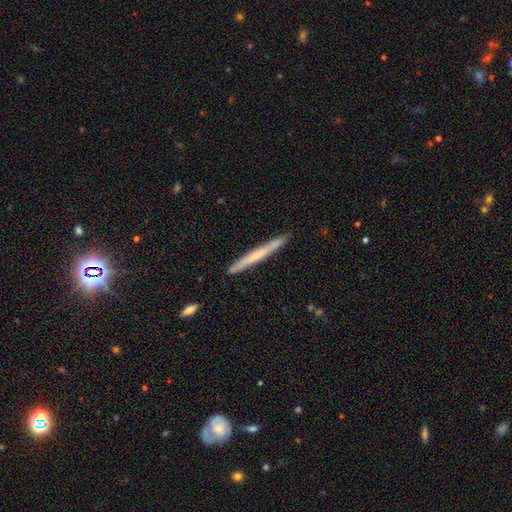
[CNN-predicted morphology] Smooth or featured? smooth (55%)
How rounded? cigar-shaped (97%)
Merging? none (88%)